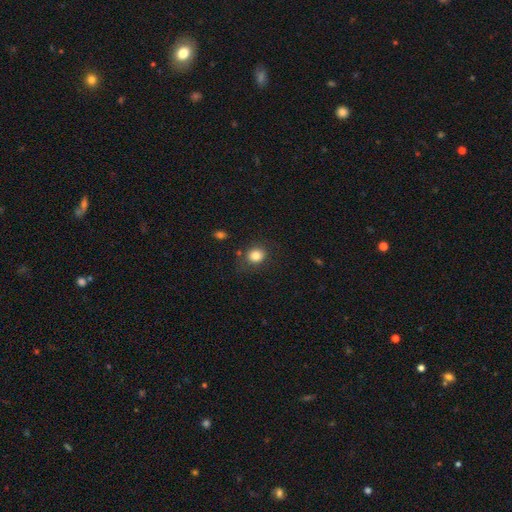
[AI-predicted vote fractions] Smooth or featured?
  - smooth: 82% *
  - star or artifact: 11%
  - featured or disk: 7%
How rounded?
  - round: 68% *
  - in between: 32%
  - cigar-shaped: 1%
Merging?
  - none: 78% *
  - minor disturbance: 14%
  - major disturbance: 5%
  - merger: 3%